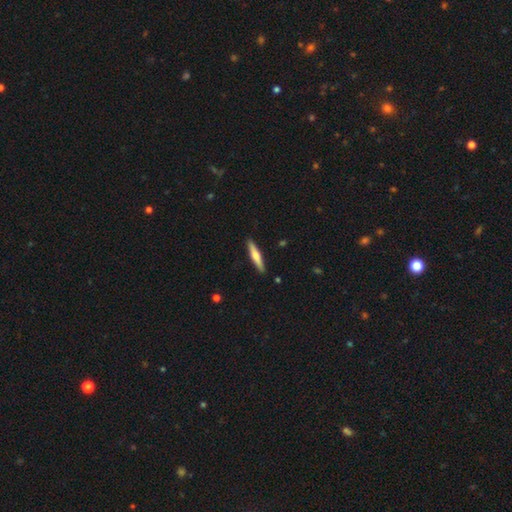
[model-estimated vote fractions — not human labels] smooth-or-featured: smooth: 53% | featured or disk: 42% | star or artifact: 5%
  how-rounded: cigar-shaped: 90% | in between: 9% | round: 1%
  merging: none: 90% | minor disturbance: 7% | major disturbance: 1% | merger: 1%